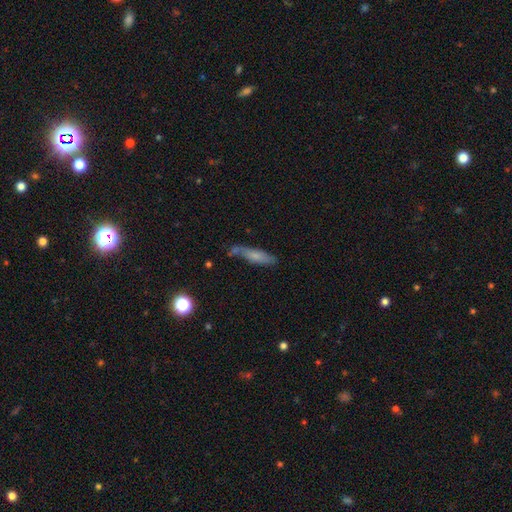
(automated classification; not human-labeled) Smooth or featured?
  - smooth: 65% *
  - featured or disk: 27%
  - star or artifact: 8%
How rounded?
  - cigar-shaped: 72% *
  - in between: 26%
  - round: 2%
Merging?
  - none: 58% *
  - minor disturbance: 25%
  - merger: 10%
  - major disturbance: 7%